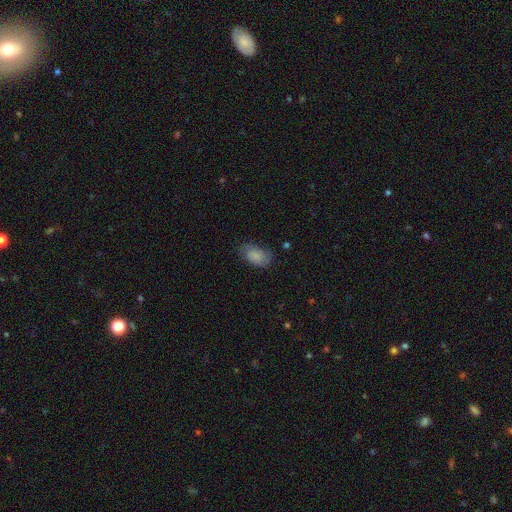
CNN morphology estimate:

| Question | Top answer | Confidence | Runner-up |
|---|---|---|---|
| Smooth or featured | smooth | 78% | featured or disk (15%) |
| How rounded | in between | 92% | round (6%) |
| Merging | none | 67% | minor disturbance (25%) |